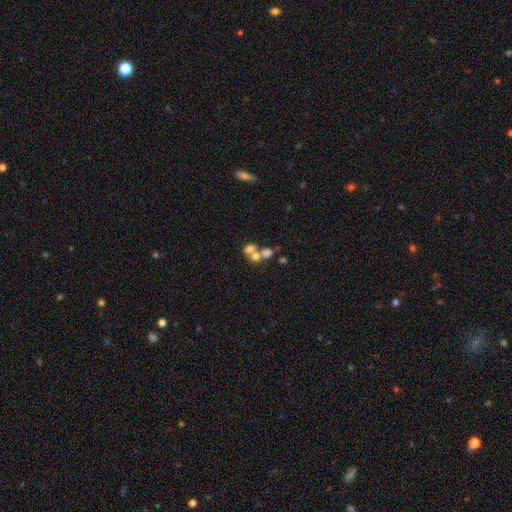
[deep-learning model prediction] This is likely a smooth galaxy (62%). How rounded: possibly round (54%). Merging: likely merger (64%).